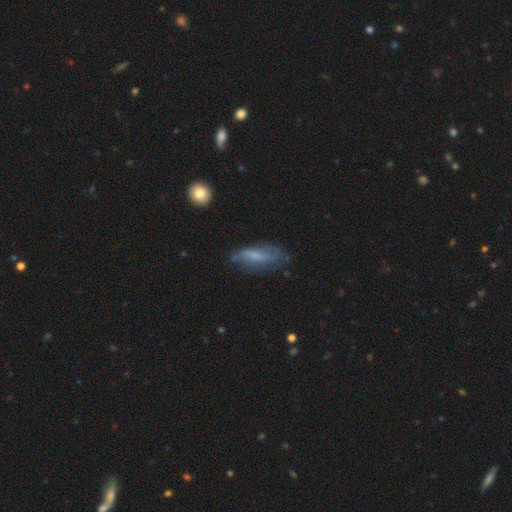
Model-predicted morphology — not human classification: Smooth or featured?
  - smooth: 51% *
  - featured or disk: 41%
  - star or artifact: 8%
How rounded?
  - in between: 56% *
  - cigar-shaped: 42%
  - round: 2%
Merging?
  - none: 60% *
  - minor disturbance: 27%
  - major disturbance: 10%
  - merger: 2%